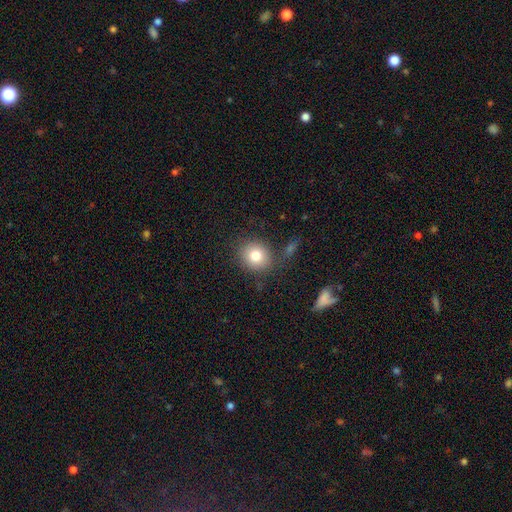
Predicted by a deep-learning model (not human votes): Smooth or featured?
  - smooth: 80% *
  - star or artifact: 10%
  - featured or disk: 10%
How rounded?
  - round: 82% *
  - in between: 17%
  - cigar-shaped: 1%
Merging?
  - none: 80% *
  - minor disturbance: 11%
  - merger: 5%
  - major disturbance: 4%